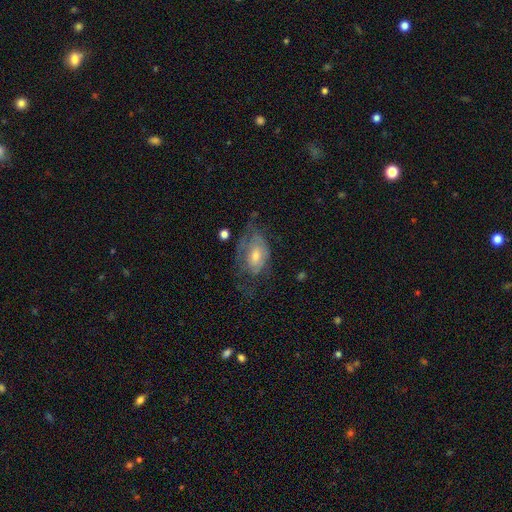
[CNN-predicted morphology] The model was most divided on "merging": none: 43%, major disturbance: 29%, minor disturbance: 26%, merger: 2%. More confident: edge-on disk — no (94%); bar — no (65%); spiral arms — yes (65%); smooth or featured — featured or disk (61%); bulge size — moderate (55%).